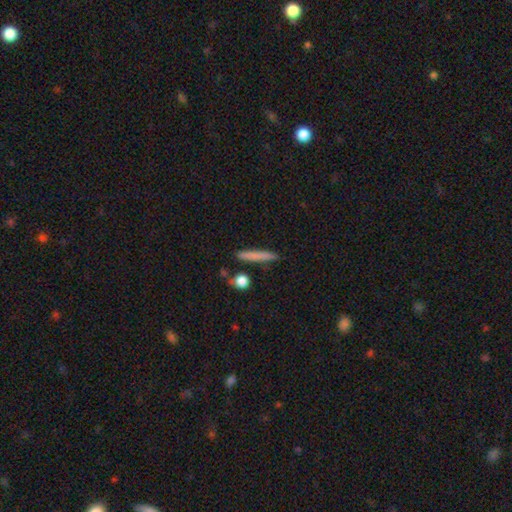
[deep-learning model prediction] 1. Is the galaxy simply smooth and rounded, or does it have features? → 73% smooth, 20% featured or disk, 7% star or artifact.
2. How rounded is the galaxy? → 91% cigar-shaped, 5% in between, 4% round.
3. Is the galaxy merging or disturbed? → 84% none, 10% minor disturbance, 4% merger, 2% major disturbance.